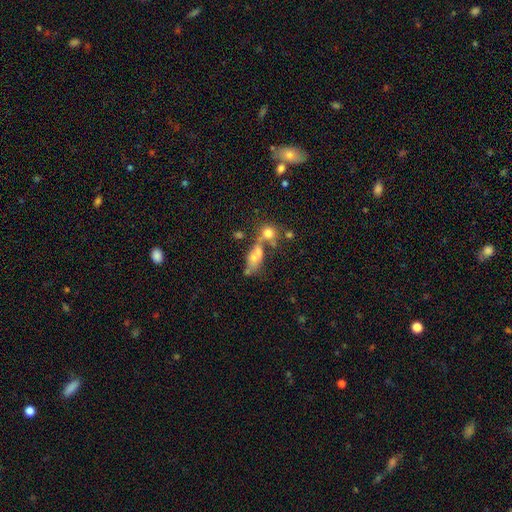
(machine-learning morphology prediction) Q: Smooth or featured?
A: smooth (57%); runner-up: featured or disk (29%)
Q: How rounded?
A: in between (69%); runner-up: round (21%)
Q: Merging?
A: merger (45%); runner-up: none (29%)